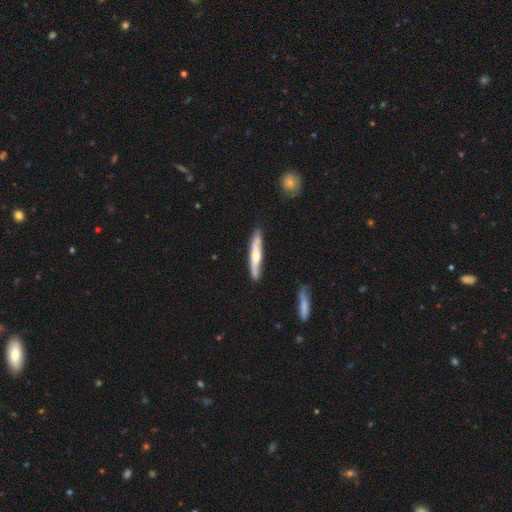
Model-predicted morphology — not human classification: Smooth or featured? Predicted: featured or disk (p=0.54). Edge-on disk? Predicted: yes (p=0.85). Merging? Predicted: none (p=0.81).